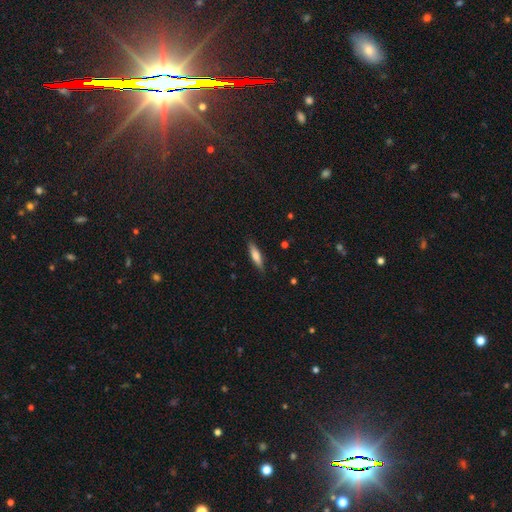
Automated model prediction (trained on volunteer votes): A smooth galaxy with no disk features (62%) that is cigar-shaped (76%). Merging: none (86%).